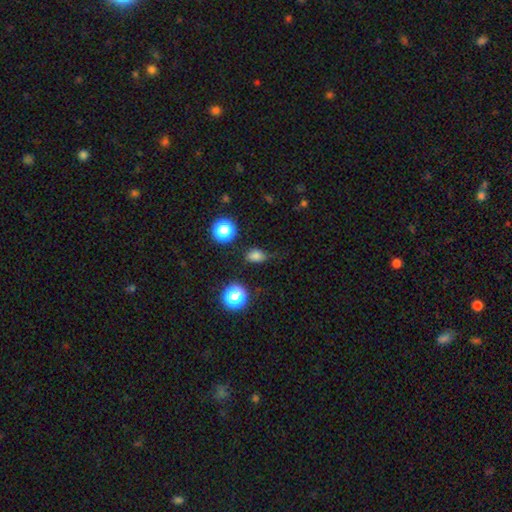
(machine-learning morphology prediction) This appears to be a smooth galaxy with no disk features (76%) that is in between round and cigar-shaped (63%). Merging: none (61%).